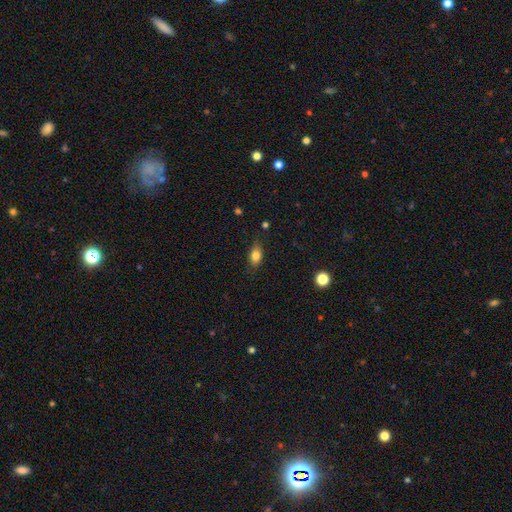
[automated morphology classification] This is clearly a smooth galaxy (81%). How rounded: clearly in between (83%). Merging: clearly none (81%).